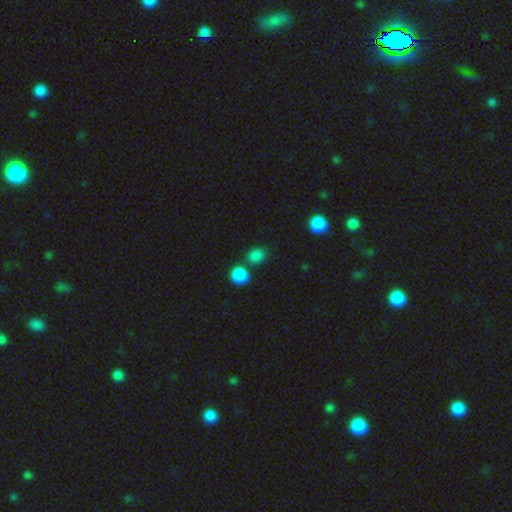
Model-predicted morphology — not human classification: Smooth or featured? Predicted: smooth (p=0.82). How rounded? Predicted: round (p=0.69). Merging? Predicted: none (p=0.66).